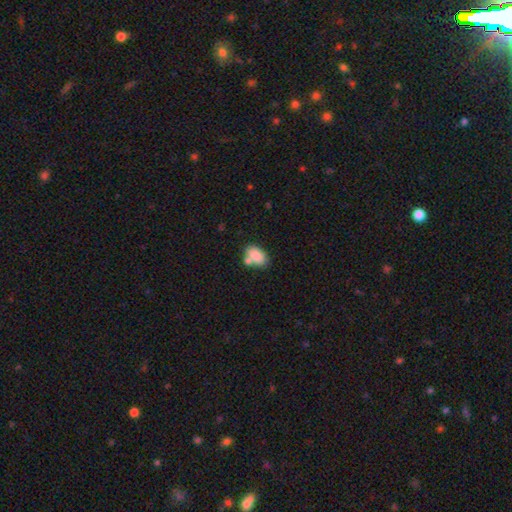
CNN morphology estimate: A smooth galaxy with no disk features (84%) that is in between round and cigar-shaped (88%).

Vote fractions:
- Smooth or featured? smooth: 84% / featured or disk: 9% / star or artifact: 8%
- How rounded? in between: 88% / round: 11% / cigar-shaped: 1%
- Merging? none: 55% / merger: 25% / minor disturbance: 15% / major disturbance: 4%